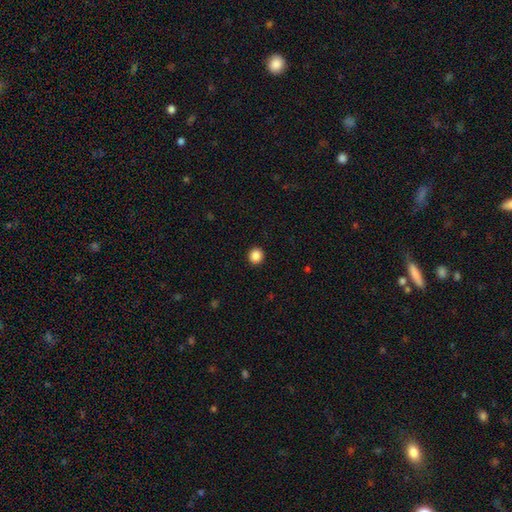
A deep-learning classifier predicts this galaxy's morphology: Smooth or featured? Predicted: smooth (p=0.86). How rounded? Predicted: round (p=0.93). Merging? Predicted: none (p=0.91).